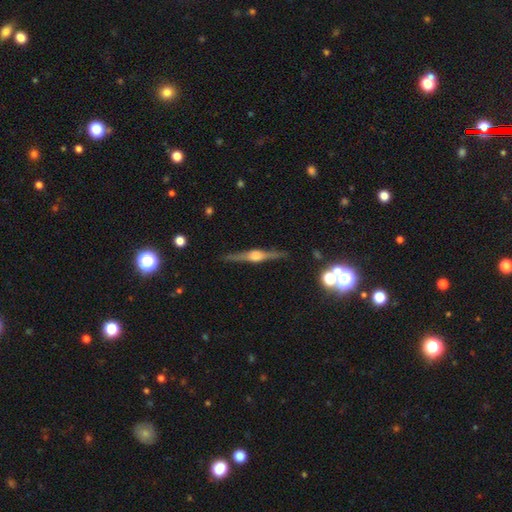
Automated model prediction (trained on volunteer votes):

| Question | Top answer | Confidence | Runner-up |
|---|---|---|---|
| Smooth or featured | featured or disk | 84% | smooth (10%) |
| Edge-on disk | yes | 98% | no (2%) |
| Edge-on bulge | rounded | 86% | boxy (11%) |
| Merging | none | 90% | minor disturbance (7%) |